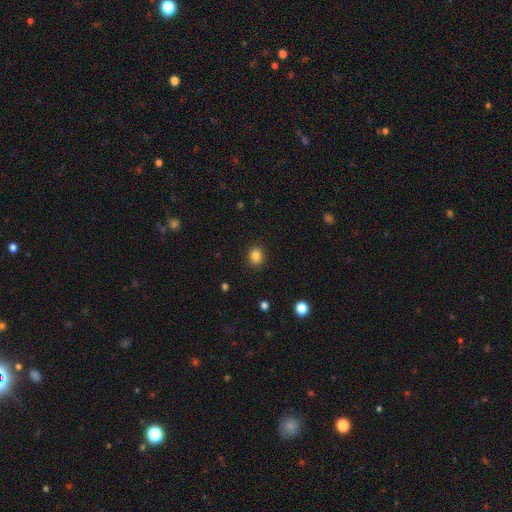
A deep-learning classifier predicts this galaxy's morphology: A smooth galaxy with no disk features (85%) that is round (77%). Merging: none (90%).